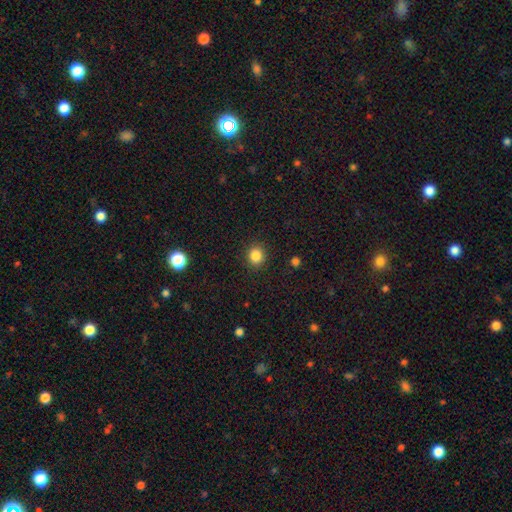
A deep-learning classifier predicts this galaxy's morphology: Smooth or featured: smooth — 85% (star or artifact — 11%)
How rounded: round — 80% (in between — 19%)
Merging: none — 90% (minor disturbance — 6%)